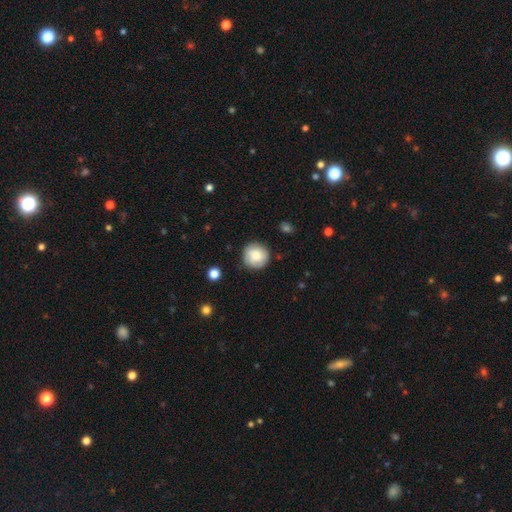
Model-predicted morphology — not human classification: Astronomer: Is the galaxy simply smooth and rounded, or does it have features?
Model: smooth — 76%.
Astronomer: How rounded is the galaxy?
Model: round — 94%.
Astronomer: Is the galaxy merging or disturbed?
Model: none — 82%.